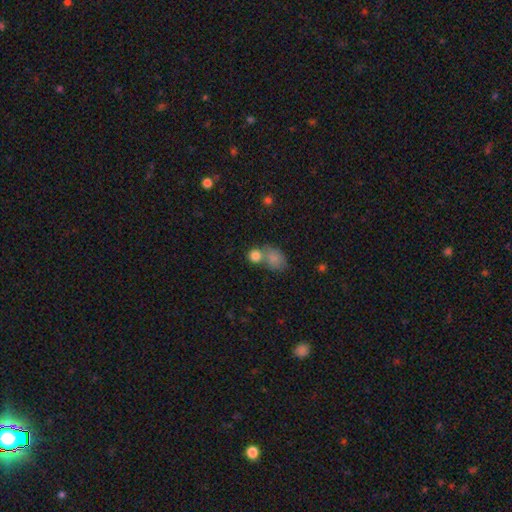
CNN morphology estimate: type=smooth (82%); roundness=round (74%); merging=none (44%).